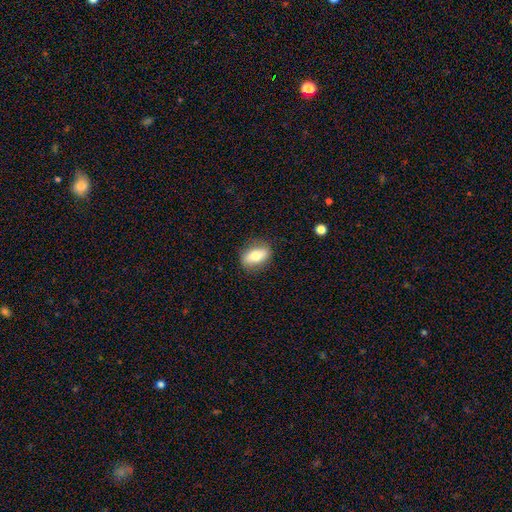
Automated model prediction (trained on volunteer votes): smooth_or_featured: smooth (p=0.70) [alt: featured or disk p=0.23]
how_rounded: in between (p=0.84) [alt: round p=0.09]
merging: none (p=0.83) [alt: minor disturbance p=0.13]